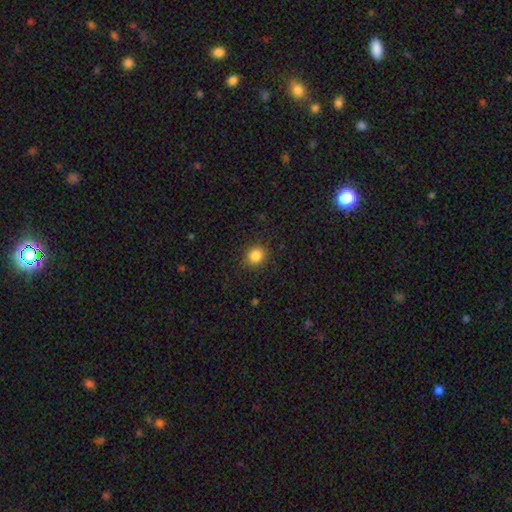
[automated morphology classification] Smooth or featured?
  - smooth: 85% *
  - star or artifact: 11%
  - featured or disk: 4%
How rounded?
  - round: 84% *
  - in between: 15%
  - cigar-shaped: 1%
Merging?
  - none: 89% *
  - minor disturbance: 8%
  - major disturbance: 3%
  - merger: 1%